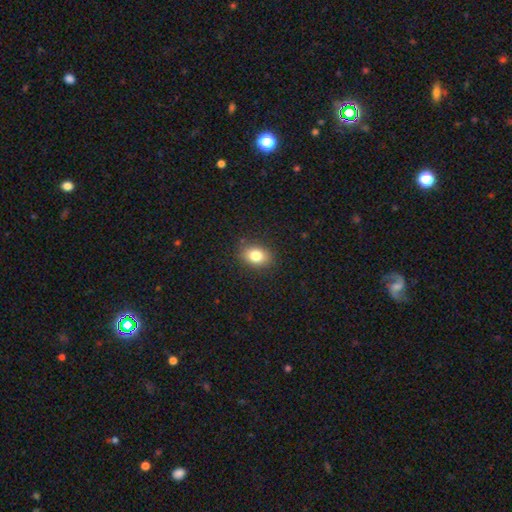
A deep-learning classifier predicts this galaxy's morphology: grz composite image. It shows a smooth galaxy with no disk features (81%) that is in between round and cigar-shaped (74%). Merging: none (86%).